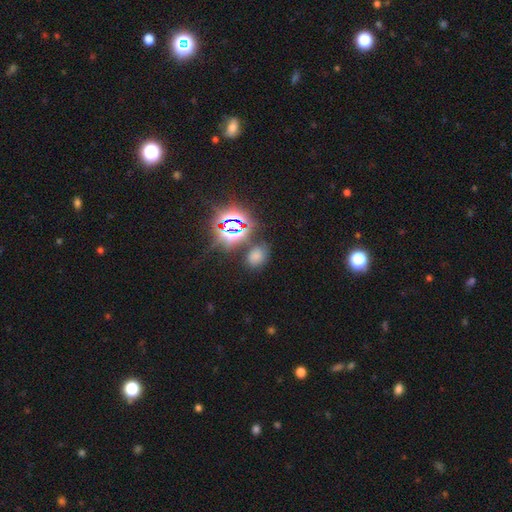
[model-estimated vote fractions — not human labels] This is possibly a smooth galaxy (55%). How rounded: likely in between (69%). Merging: likely none (73%).